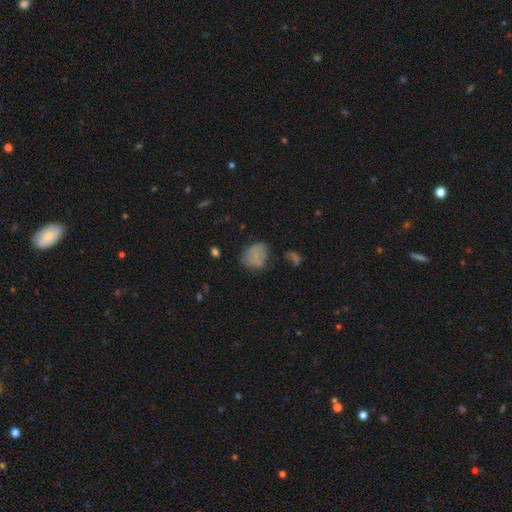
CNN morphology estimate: type=smooth (62%); roundness=round (50%); merging=none (48%).